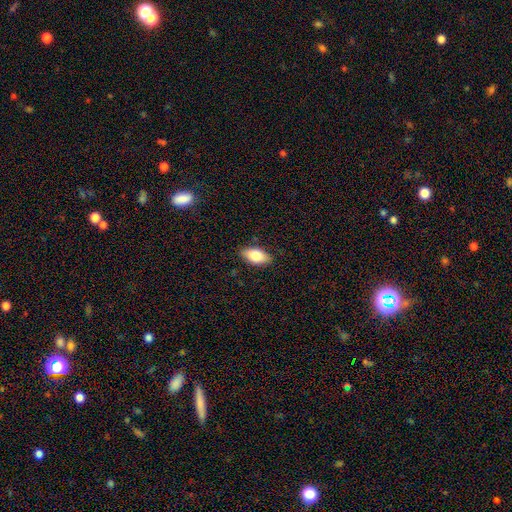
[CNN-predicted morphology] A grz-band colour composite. It shows a smooth galaxy with no disk features (82%) that is in between round and cigar-shaped (91%). Merging: none (86%).